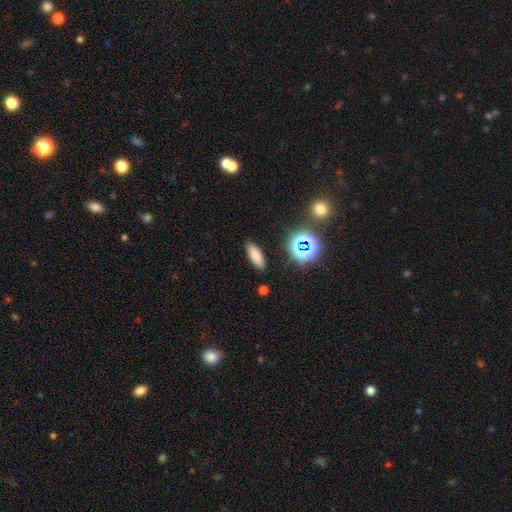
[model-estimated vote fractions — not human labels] smooth_or_featured: smooth (p=0.78) [alt: star or artifact p=0.14]
how_rounded: in between (p=0.61) [alt: cigar-shaped p=0.35]
merging: none (p=0.88) [alt: minor disturbance p=0.08]